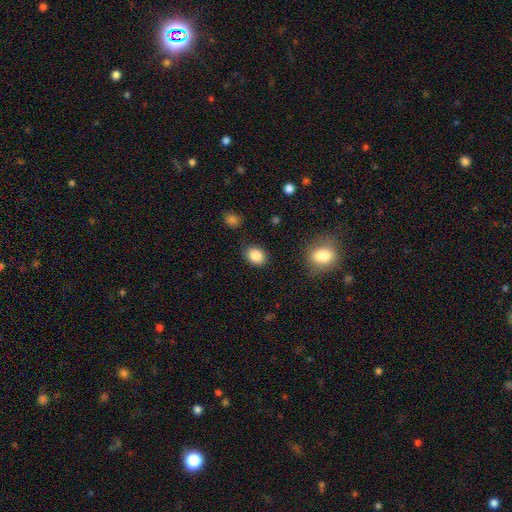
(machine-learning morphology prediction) A smooth galaxy with no disk features (86%) that is in between round and cigar-shaped (58%).

Vote fractions:
- Smooth or featured? smooth: 86% / star or artifact: 9% / featured or disk: 5%
- How rounded? in between: 58% / round: 41% / cigar-shaped: 1%
- Merging? none: 85% / minor disturbance: 10% / major disturbance: 3% / merger: 2%